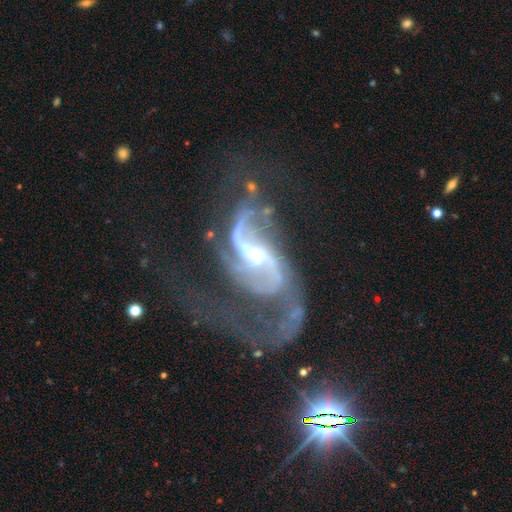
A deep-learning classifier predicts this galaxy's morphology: smooth_or_featured: featured or disk (p=0.89) [alt: star or artifact p=0.07]
disk_edge_on: no (p=0.97) [alt: yes p=0.03]
bar: weak (p=0.46) [alt: strong p=0.29]
has_spiral_arms: yes (p=0.94) [alt: no p=0.06]
spiral_winding: loose (p=0.65) [alt: medium p=0.28]
spiral_arm_count: 2 (p=0.68) [alt: can't tell p=0.09]
bulge_size: small (p=0.48) [alt: moderate p=0.41]
merging: major disturbance (p=0.48) [alt: none p=0.24]